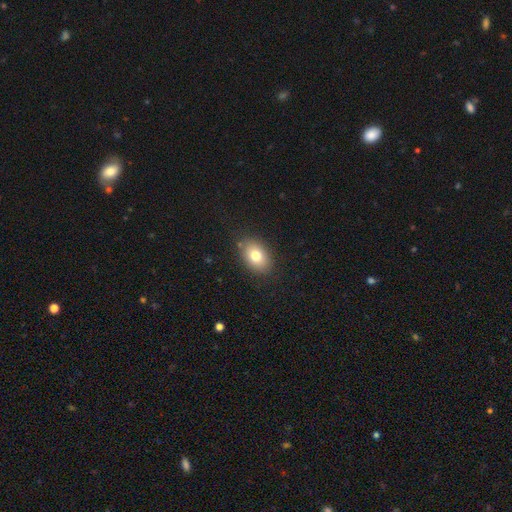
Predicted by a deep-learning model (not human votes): smooth_or_featured: smooth (p=0.78) [alt: featured or disk p=0.13]
how_rounded: in between (p=0.82) [alt: round p=0.17]
merging: none (p=0.84) [alt: minor disturbance p=0.11]